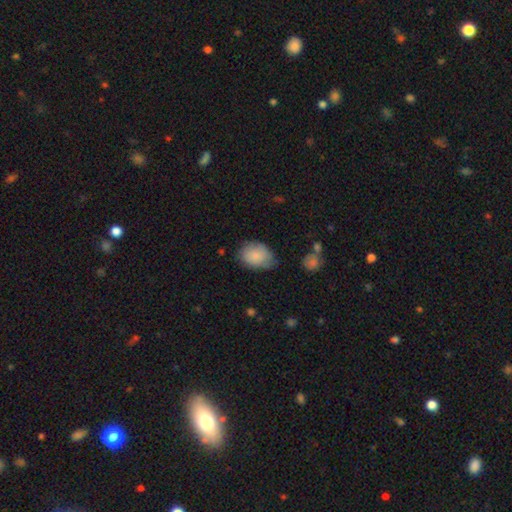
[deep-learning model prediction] This appears to be a smooth galaxy with no disk features (85%) that is in between round and cigar-shaped (73%). Merging: none (62%).